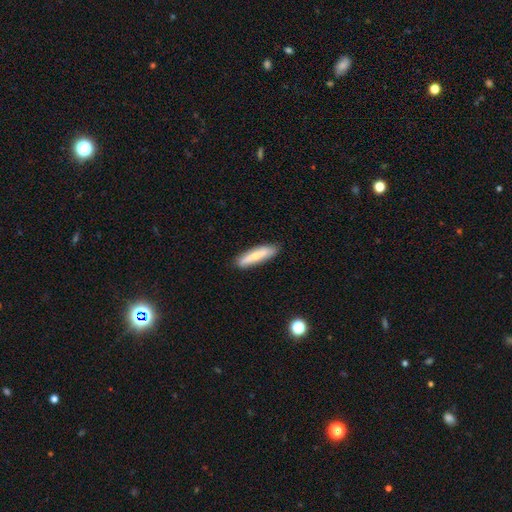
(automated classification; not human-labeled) A smooth galaxy with no disk features (61%) that is cigar-shaped (73%). Merging: none (85%).